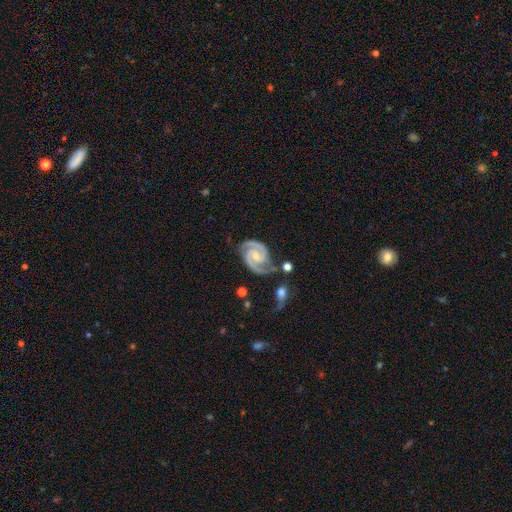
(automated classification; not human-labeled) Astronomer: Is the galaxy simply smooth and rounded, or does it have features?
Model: featured or disk — 93%.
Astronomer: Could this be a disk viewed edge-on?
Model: no — 98%.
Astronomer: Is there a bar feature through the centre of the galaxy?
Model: no — 52% (runner-up: weak, 36%).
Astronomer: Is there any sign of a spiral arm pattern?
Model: yes — 99%.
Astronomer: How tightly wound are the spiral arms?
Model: tight — 51% (runner-up: medium, 44%).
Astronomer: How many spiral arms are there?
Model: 2 — 92%.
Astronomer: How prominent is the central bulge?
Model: small — 56% (runner-up: moderate, 37%).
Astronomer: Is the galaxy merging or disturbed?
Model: none — 70%.